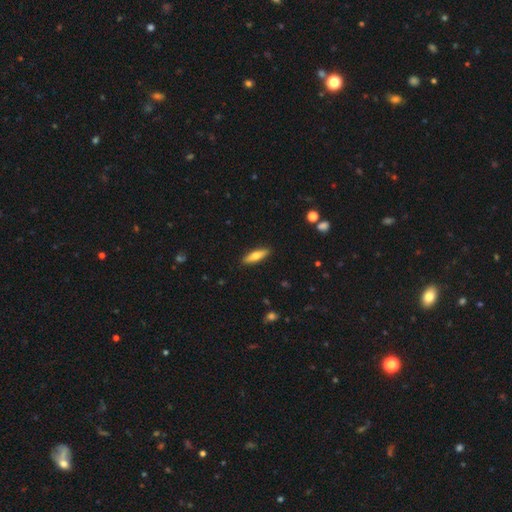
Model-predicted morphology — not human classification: A smooth galaxy with no disk features (65%) that is cigar-shaped (58%).

Vote fractions:
- Smooth or featured? smooth: 65% / featured or disk: 29% / star or artifact: 6%
- How rounded? cigar-shaped: 58% / in between: 40% / round: 2%
- Merging? none: 90% / minor disturbance: 7% / major disturbance: 2% / merger: 1%